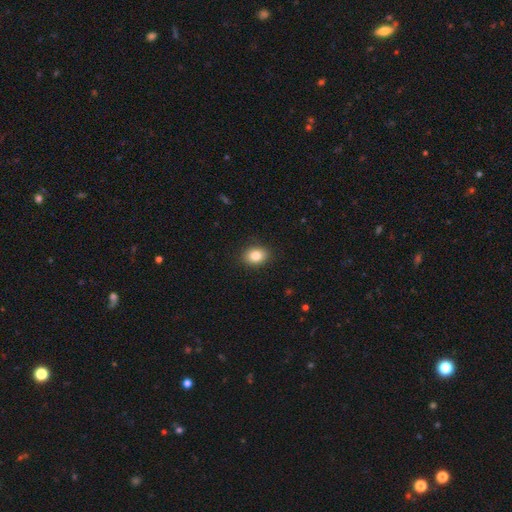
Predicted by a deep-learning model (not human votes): Smooth or featured? smooth (84%)
How rounded? in between (58%)
Merging? none (90%)